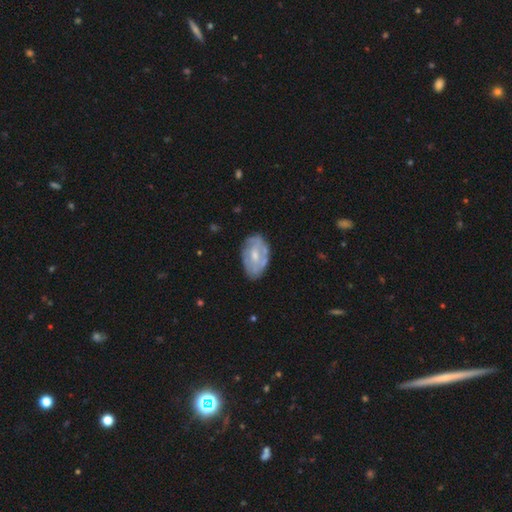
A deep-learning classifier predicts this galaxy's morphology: Smooth or featured: featured or disk — 60% (smooth — 34%)
Edge-on disk: no — 95% (yes — 5%)
Bar: no — 55% (weak — 37%)
Spiral arms: yes — 54% (no — 46%)
Bulge size: moderate — 47% (small — 45%)
Merging: none — 67% (minor disturbance — 24%)